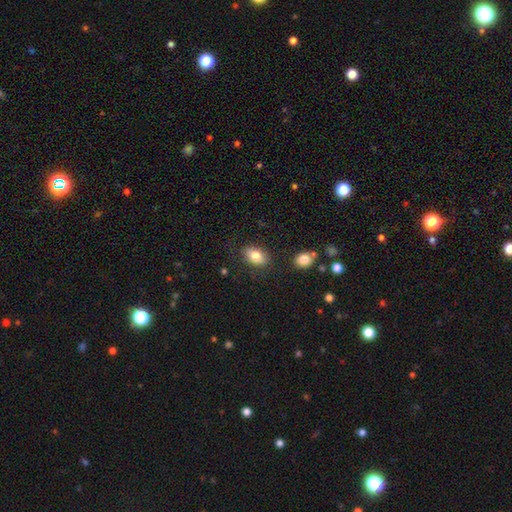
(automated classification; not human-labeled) Smooth or featured? smooth (80%)
How rounded? in between (86%)
Merging? none (82%)